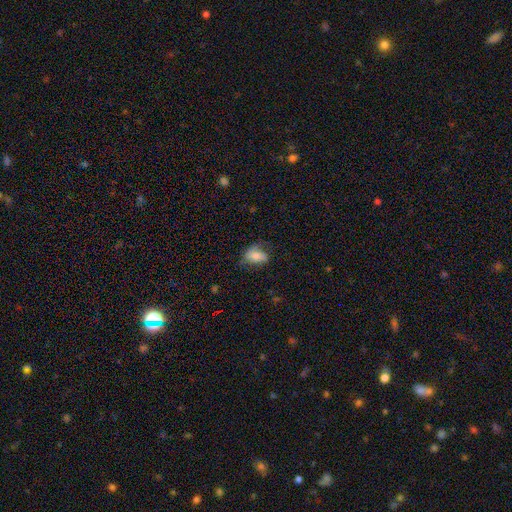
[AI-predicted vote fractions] The model was most divided on "merging": none: 50%, minor disturbance: 30%, major disturbance: 19%, merger: 2%. More confident: how rounded — in between (84%); smooth or featured — smooth (65%).